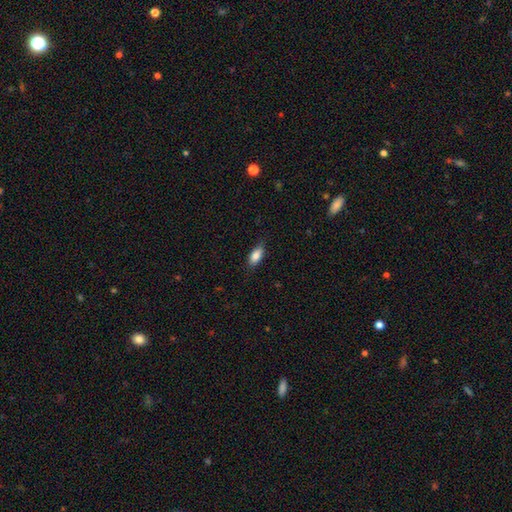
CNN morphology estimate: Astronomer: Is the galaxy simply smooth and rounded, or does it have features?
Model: smooth — 84%.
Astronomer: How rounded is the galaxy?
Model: in between — 86%.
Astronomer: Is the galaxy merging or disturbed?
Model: none — 82%.